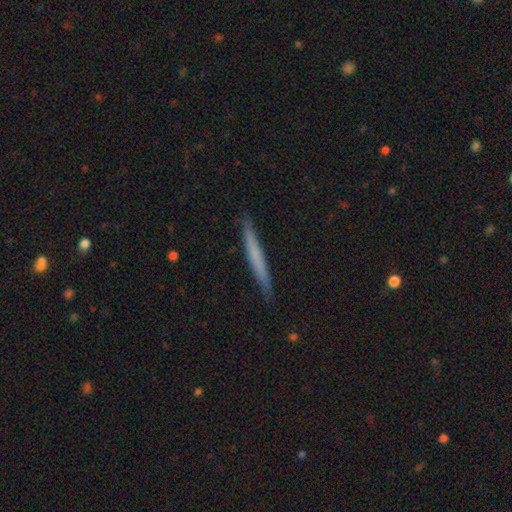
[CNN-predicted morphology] Smooth or featured?
  - smooth: 57% *
  - featured or disk: 37%
  - star or artifact: 6%
How rounded?
  - cigar-shaped: 97% *
  - in between: 2%
  - round: 1%
Merging?
  - none: 90% *
  - minor disturbance: 8%
  - major disturbance: 1%
  - merger: 1%